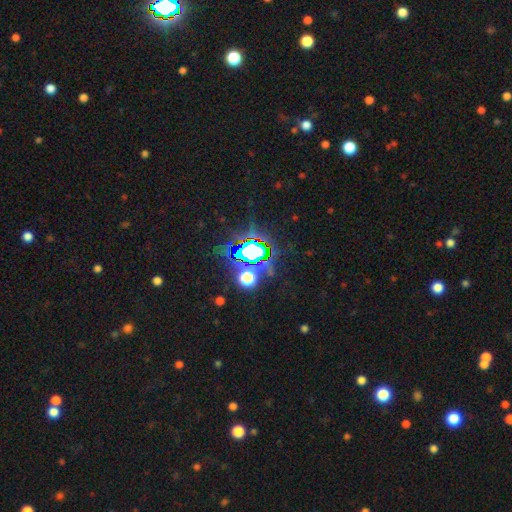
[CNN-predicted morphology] star or artifact 83%, smooth 10%, featured or disk 7%.